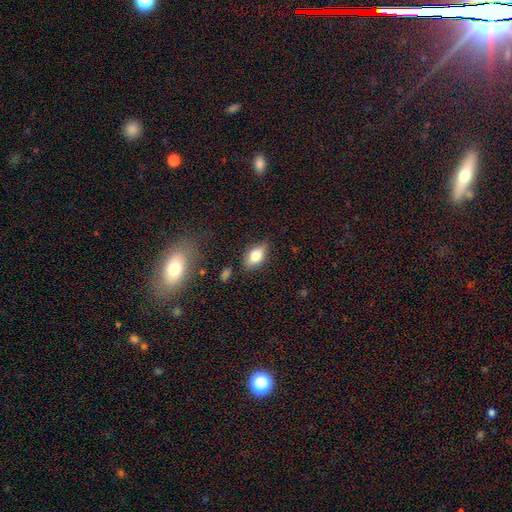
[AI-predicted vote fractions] Morphology: type=smooth (69%); roundness=in between (84%); merging=none (75%).